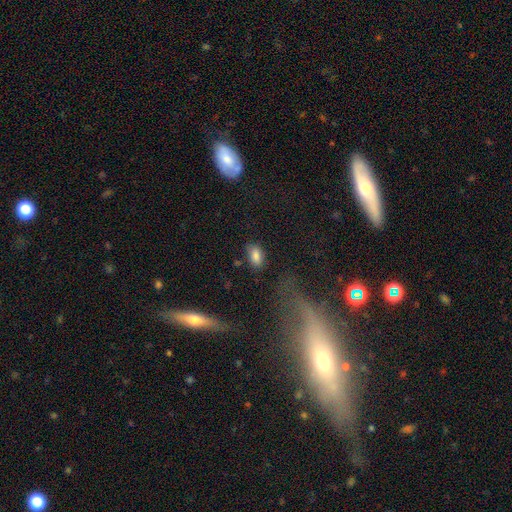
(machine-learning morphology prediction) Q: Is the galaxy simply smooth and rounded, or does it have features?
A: smooth — 84%.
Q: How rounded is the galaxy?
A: in between — 91%.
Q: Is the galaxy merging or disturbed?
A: none — 75%.